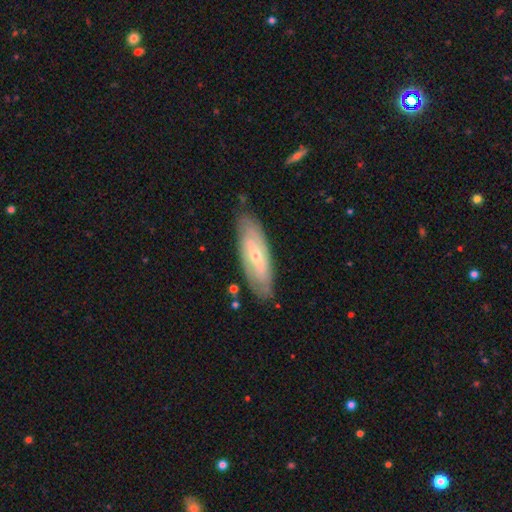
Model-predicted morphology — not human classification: Smooth or featured? Predicted: featured or disk (p=0.70). Edge-on disk? Predicted: no (p=0.78). Bar? Predicted: no (p=0.39). Spiral arms? Predicted: yes (p=0.71). Bulge size? Predicted: small (p=0.58). Merging? Predicted: none (p=0.82).